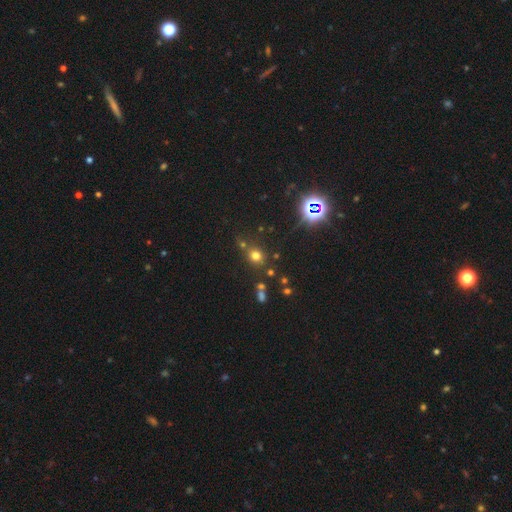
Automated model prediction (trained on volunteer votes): Smooth or featured: smooth — 64% (star or artifact — 27%)
How rounded: round — 78% (in between — 21%)
Merging: none — 69% (merger — 15%)